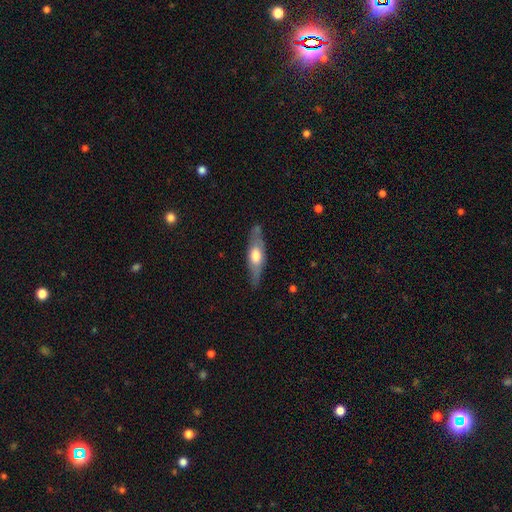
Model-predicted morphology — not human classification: This is possibly a featured or disk galaxy (51%). It is likely viewed edge-on (73%). Merging: likely none (75%).